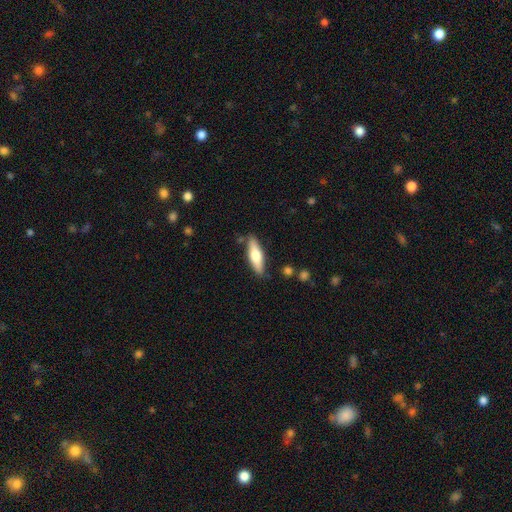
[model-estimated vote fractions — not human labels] Smooth or featured: smooth — 60% (featured or disk — 35%)
How rounded: cigar-shaped — 54% (in between — 44%)
Merging: none — 83% (minor disturbance — 12%)